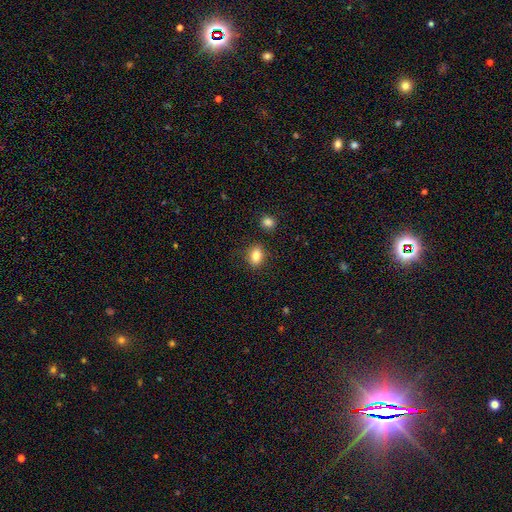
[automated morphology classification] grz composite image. It shows a smooth galaxy with no disk features (82%) that is in between round and cigar-shaped (68%). Merging: none (83%).